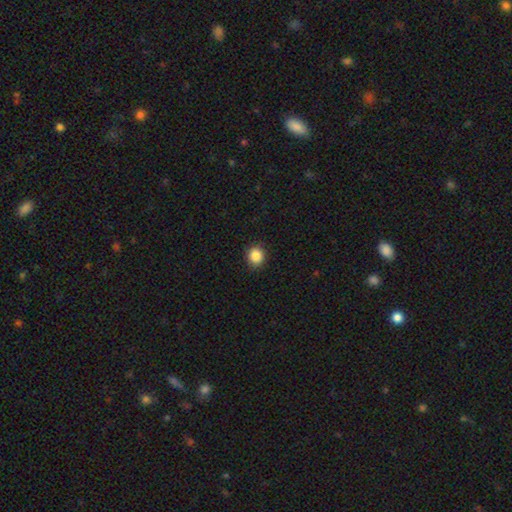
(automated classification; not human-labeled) This appears to be a smooth galaxy with no disk features (87%) that is round (81%). Merging: none (89%).